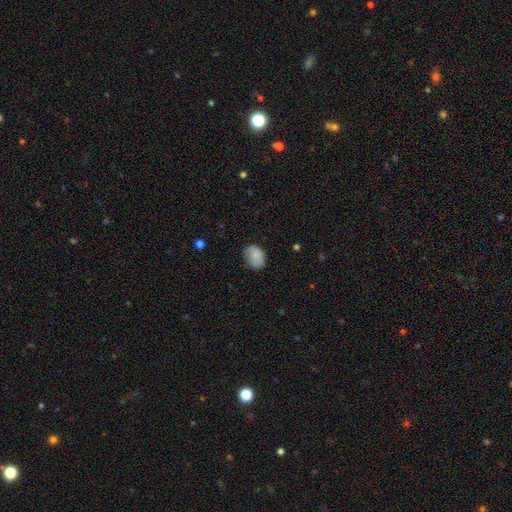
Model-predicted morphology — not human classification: smooth_or_featured: smooth (p=0.80) [alt: featured or disk p=0.12]
how_rounded: in between (p=0.67) [alt: round p=0.32]
merging: none (p=0.70) [alt: minor disturbance p=0.23]